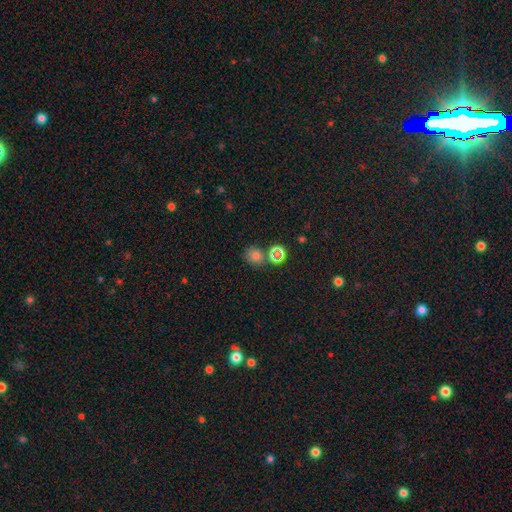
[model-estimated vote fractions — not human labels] The model was most divided on "smooth or featured": smooth: 70%, star or artifact: 23%, featured or disk: 7%. More confident: how rounded — round (75%); merging — none (71%).